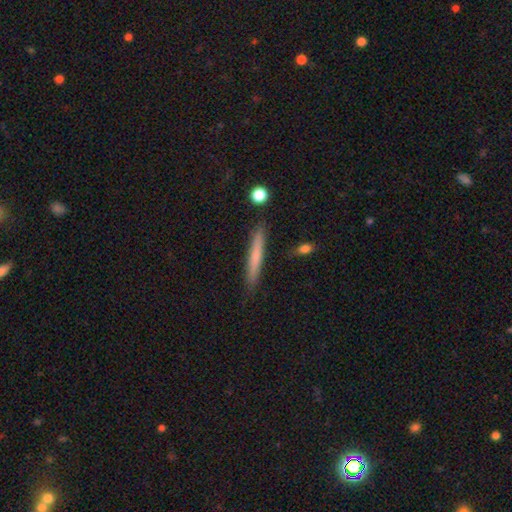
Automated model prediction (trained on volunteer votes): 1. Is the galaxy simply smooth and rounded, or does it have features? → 64% smooth, 29% featured or disk, 7% star or artifact.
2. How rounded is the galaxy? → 95% cigar-shaped, 3% in between, 1% round.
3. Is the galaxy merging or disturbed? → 88% none, 9% minor disturbance, 2% merger, 2% major disturbance.